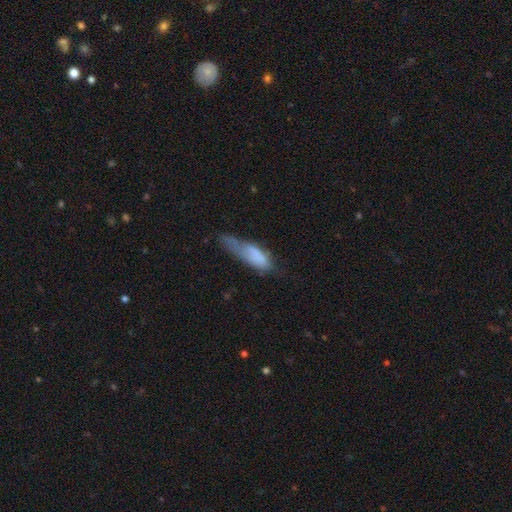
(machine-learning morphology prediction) Smooth or featured? Predicted: smooth (p=0.65). How rounded? Predicted: cigar-shaped (p=0.50). Merging? Predicted: major disturbance (p=0.34).